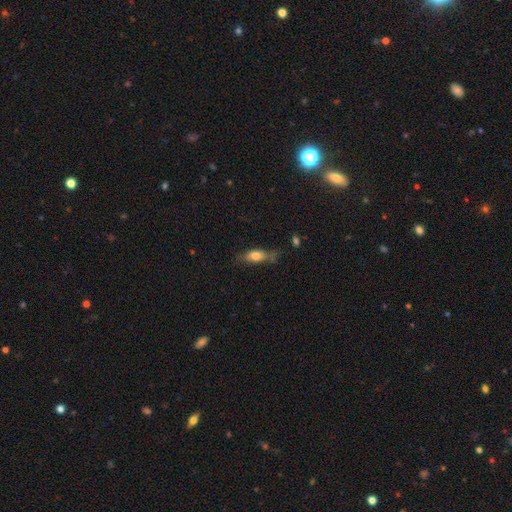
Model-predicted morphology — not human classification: smooth_or_featured: smooth (p=0.68) [alt: featured or disk p=0.24]
how_rounded: in between (p=0.66) [alt: cigar-shaped p=0.30]
merging: none (p=0.52) [alt: minor disturbance p=0.30]